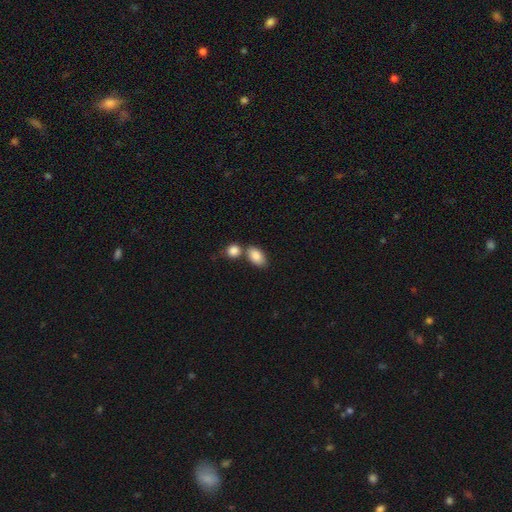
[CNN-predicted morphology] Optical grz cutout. It shows a smooth galaxy with no disk features (85%) that is in between round and cigar-shaped (89%). Merging: none (51%).